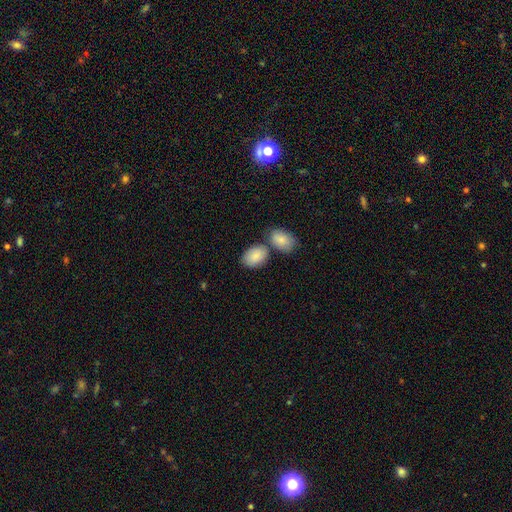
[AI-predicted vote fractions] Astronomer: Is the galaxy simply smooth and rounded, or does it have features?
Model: smooth — 86%.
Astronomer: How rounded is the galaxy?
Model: in between — 88%.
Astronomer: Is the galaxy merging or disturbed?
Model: none — 50% (runner-up: merger, 34%).